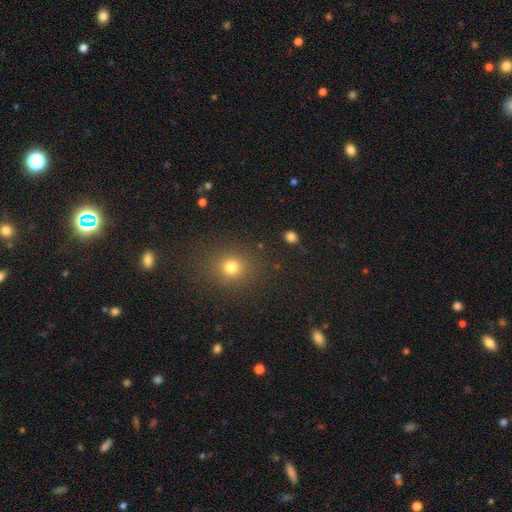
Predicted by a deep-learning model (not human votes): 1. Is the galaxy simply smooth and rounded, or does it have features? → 63% smooth, 31% star or artifact, 7% featured or disk.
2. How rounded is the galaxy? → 79% round, 20% in between, 1% cigar-shaped.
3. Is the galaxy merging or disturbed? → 89% none, 7% minor disturbance, 3% major disturbance, 2% merger.